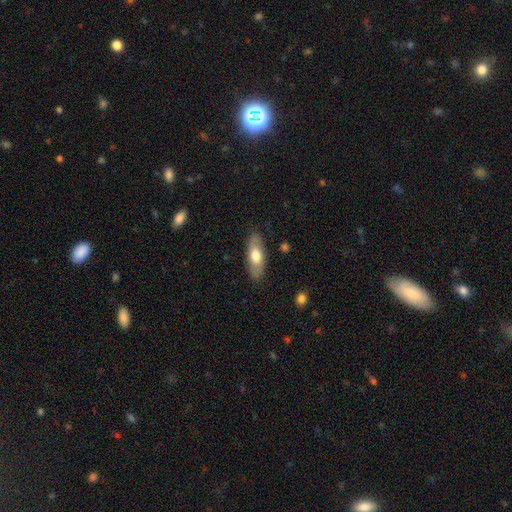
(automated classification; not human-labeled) Smooth or featured? smooth (65%)
How rounded? in between (75%)
Merging? none (85%)